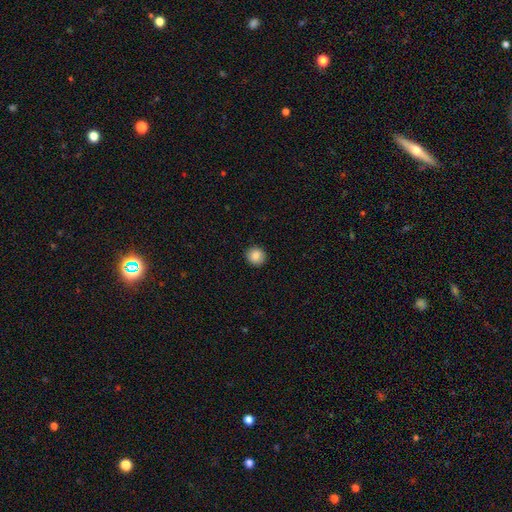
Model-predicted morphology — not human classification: Smooth or featured? smooth (86%)
How rounded? round (91%)
Merging? none (92%)